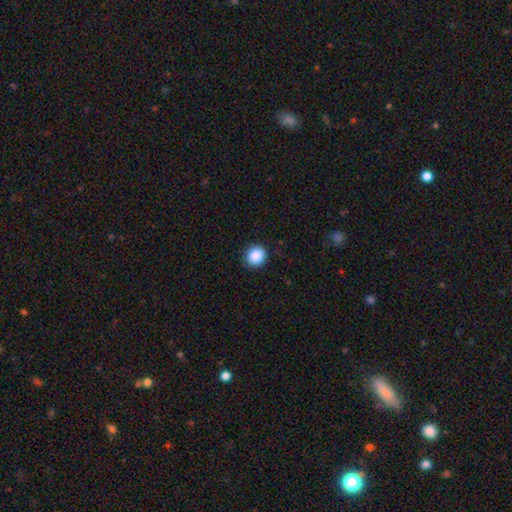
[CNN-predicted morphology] type=smooth (89%); roundness=round (83%); merging=none (90%).